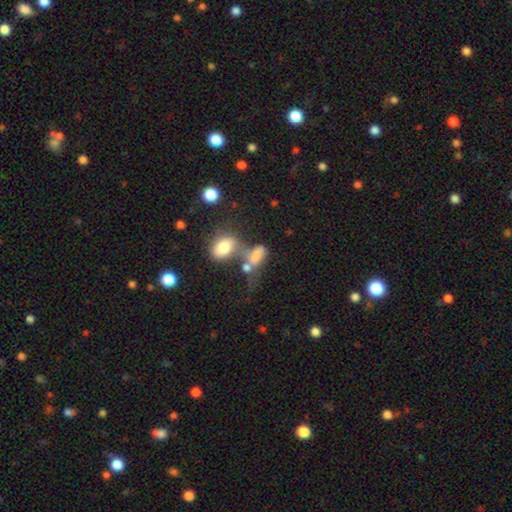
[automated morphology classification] smooth_or_featured: smooth (p=0.69) [alt: featured or disk p=0.18]
how_rounded: in between (p=0.81) [alt: round p=0.12]
merging: merger (p=0.51) [alt: none p=0.20]